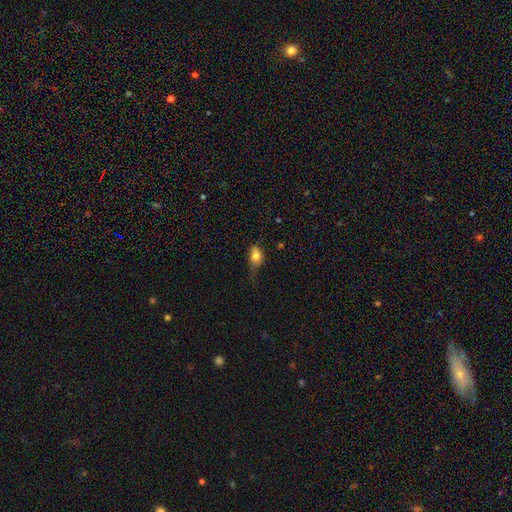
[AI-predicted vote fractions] The model was most divided on "merging": minor disturbance: 40%, none: 38%, major disturbance: 20%, merger: 3%. More confident: smooth or featured — smooth (78%); how rounded — in between (77%).